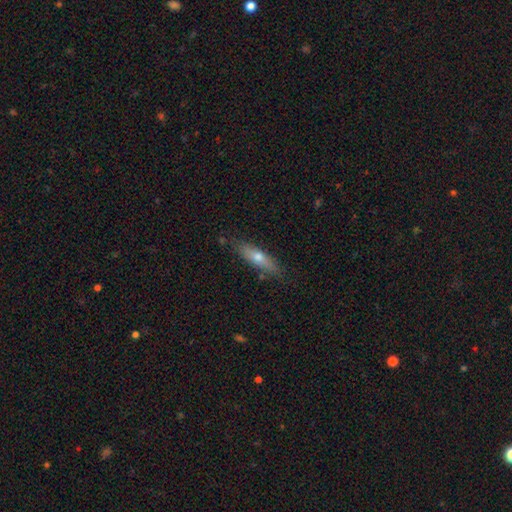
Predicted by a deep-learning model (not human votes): smooth_or_featured: smooth (p=0.53) [alt: featured or disk p=0.40]
how_rounded: cigar-shaped (p=0.72) [alt: in between p=0.25]
merging: none (p=0.83) [alt: minor disturbance p=0.13]